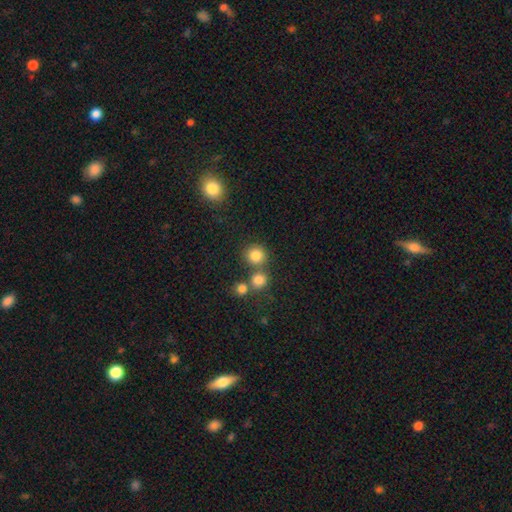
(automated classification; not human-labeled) Smooth or featured? Predicted: smooth (p=0.81). How rounded? Predicted: round (p=0.91). Merging? Predicted: none (p=0.70).